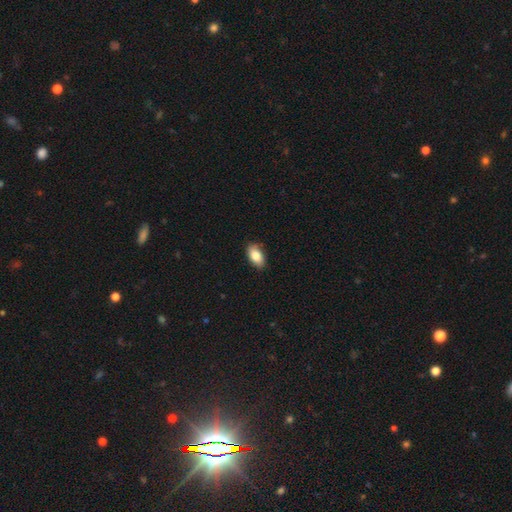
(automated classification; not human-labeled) The model was most divided on "smooth or featured": smooth: 82%, featured or disk: 11%, star or artifact: 7%. More confident: how rounded — in between (92%); merging — none (86%).